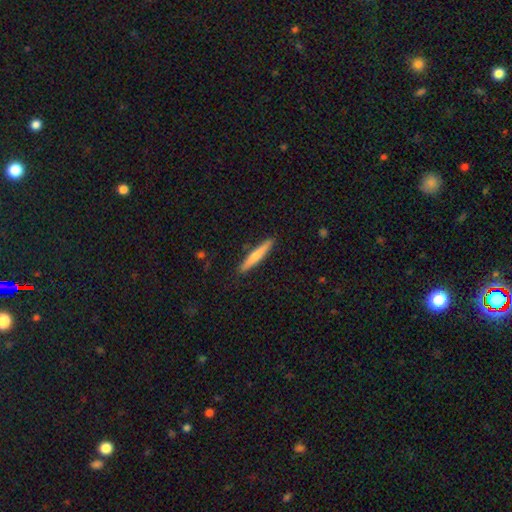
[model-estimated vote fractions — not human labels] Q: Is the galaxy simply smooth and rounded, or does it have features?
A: smooth — 66%.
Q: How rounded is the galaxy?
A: cigar-shaped — 94%.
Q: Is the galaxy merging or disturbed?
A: none — 89%.